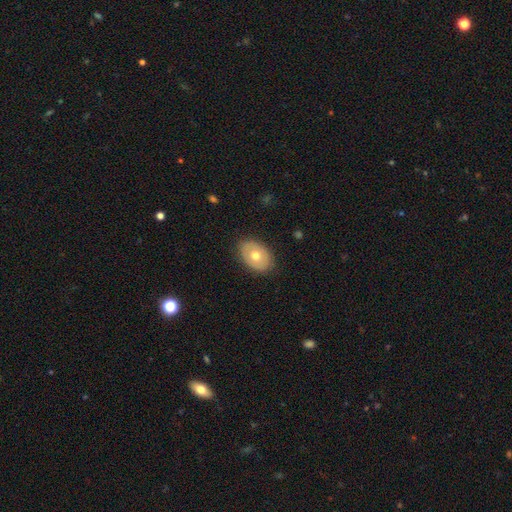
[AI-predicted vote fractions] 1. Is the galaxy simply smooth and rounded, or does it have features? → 62% smooth, 31% featured or disk, 7% star or artifact.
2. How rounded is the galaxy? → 80% in between, 19% round, 1% cigar-shaped.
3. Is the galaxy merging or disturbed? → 85% none, 11% minor disturbance, 3% major disturbance, 1% merger.